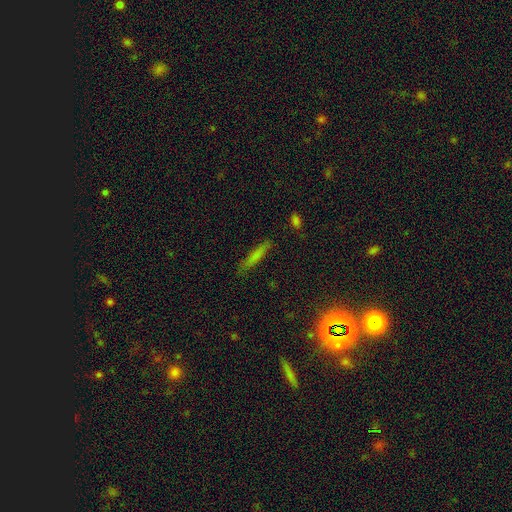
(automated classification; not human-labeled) The model was most divided on "smooth or featured": smooth: 70%, featured or disk: 19%, star or artifact: 11%. More confident: how rounded — cigar-shaped (89%); merging — none (83%).